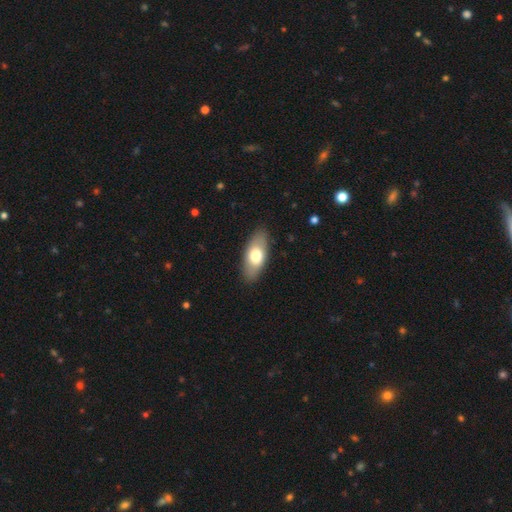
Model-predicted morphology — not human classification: smooth 68%, featured or disk 26%, star or artifact 6%. Down the decision tree: how rounded — in between (88%); merging — none (87%).